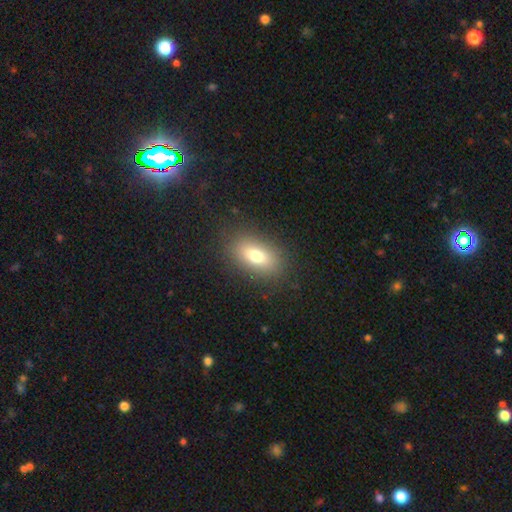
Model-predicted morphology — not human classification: Q: Smooth or featured?
A: smooth (75%); runner-up: featured or disk (15%)
Q: How rounded?
A: in between (84%); runner-up: round (11%)
Q: Merging?
A: none (85%); runner-up: minor disturbance (10%)